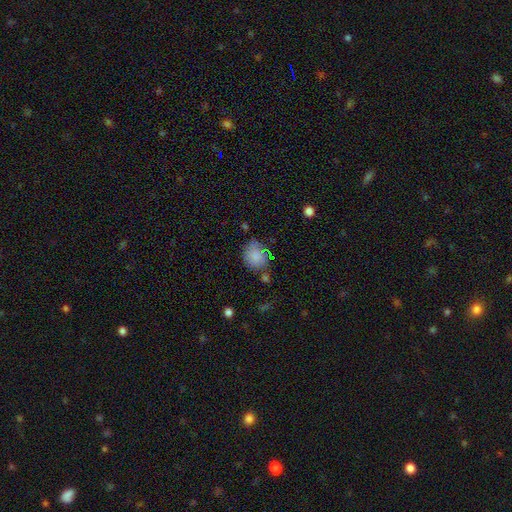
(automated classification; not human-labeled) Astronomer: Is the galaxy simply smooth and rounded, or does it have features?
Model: smooth — 80%.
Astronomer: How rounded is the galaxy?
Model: round — 62%.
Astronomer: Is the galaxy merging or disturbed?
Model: none — 63%.